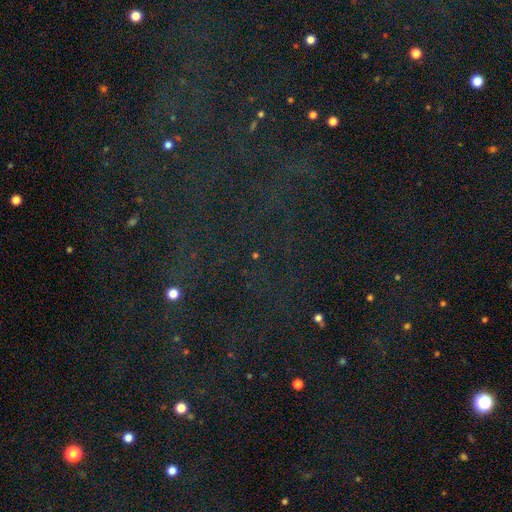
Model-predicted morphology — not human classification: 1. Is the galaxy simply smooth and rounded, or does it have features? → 76% star or artifact, 15% smooth, 9% featured or disk.